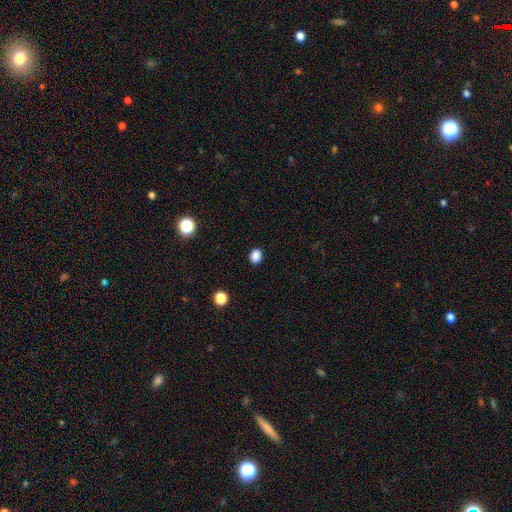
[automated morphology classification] This appears to be a smooth galaxy with no disk features (86%) that is in between round and cigar-shaped (52%). Merging: none (90%).